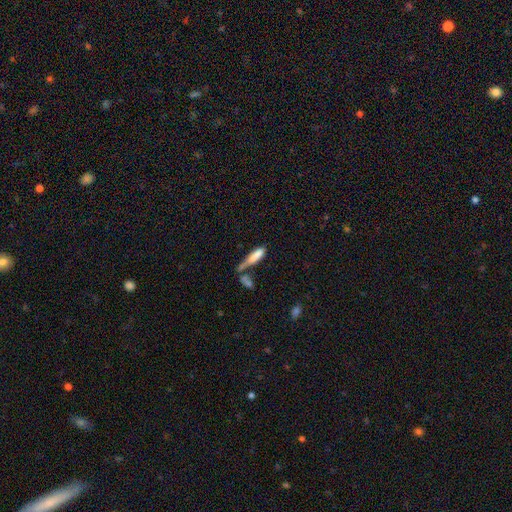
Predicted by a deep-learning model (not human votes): smooth_or_featured: smooth (p=0.75) [alt: featured or disk p=0.17]
how_rounded: cigar-shaped (p=0.66) [alt: in between p=0.32]
merging: merger (p=0.42) [alt: none p=0.28]